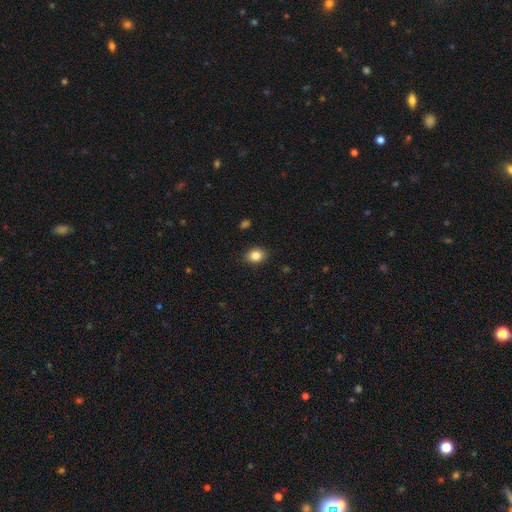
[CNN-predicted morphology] Smooth or featured: smooth — 85% (star or artifact — 10%)
How rounded: in between — 54% (round — 45%)
Merging: none — 88% (minor disturbance — 9%)